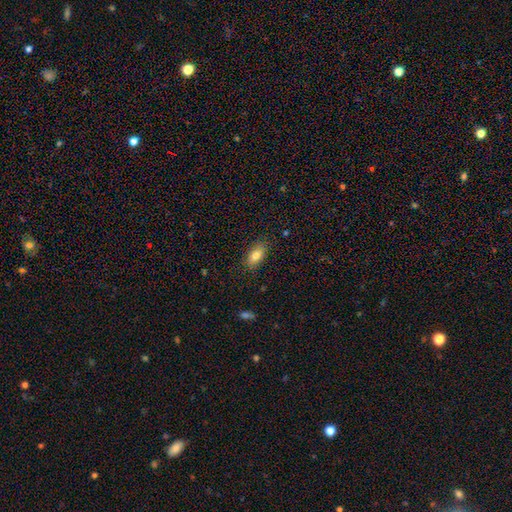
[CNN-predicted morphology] This is likely a smooth galaxy (79%). How rounded: clearly in between (87%). Merging: clearly none (85%).